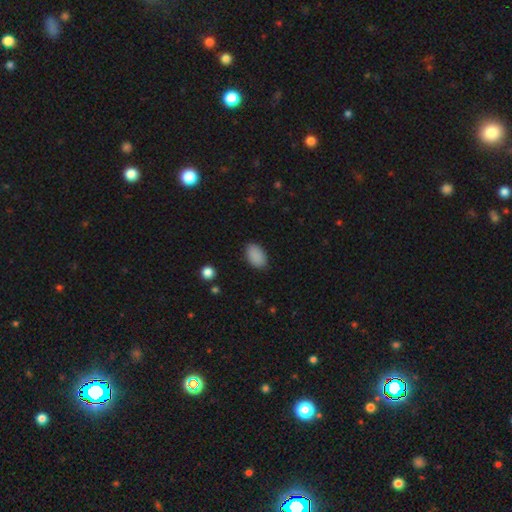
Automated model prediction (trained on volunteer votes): This is clearly a smooth galaxy (90%). How rounded: clearly in between (91%). Merging: clearly none (86%).